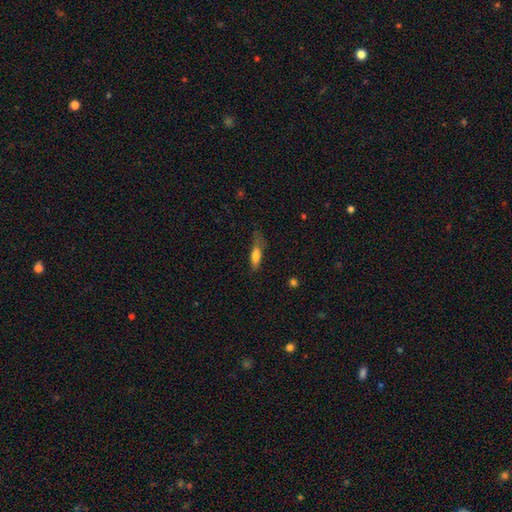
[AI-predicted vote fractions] This is likely a smooth galaxy (75%). How rounded: possibly in between (54%). Merging: possibly none (45%).